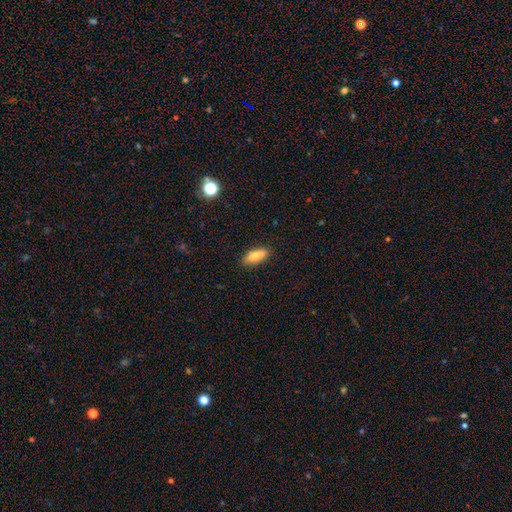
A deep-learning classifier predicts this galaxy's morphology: Smooth or featured? Predicted: smooth (p=0.80). How rounded? Predicted: in between (p=0.64). Merging? Predicted: none (p=0.88).